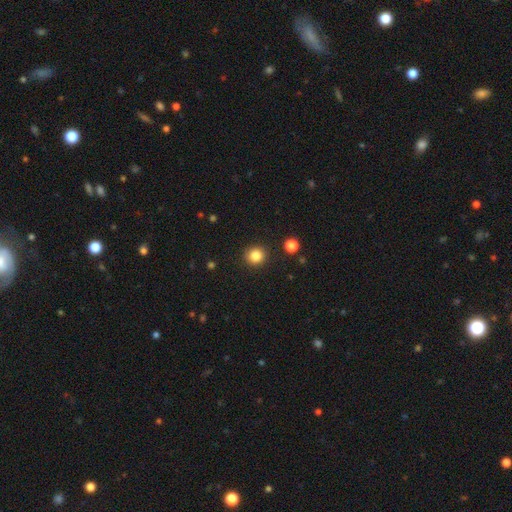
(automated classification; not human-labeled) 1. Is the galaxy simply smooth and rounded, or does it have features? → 84% smooth, 11% star or artifact, 4% featured or disk.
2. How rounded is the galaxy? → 91% round, 8% in between, 1% cigar-shaped.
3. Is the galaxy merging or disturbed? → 91% none, 5% minor disturbance, 2% major disturbance, 2% merger.